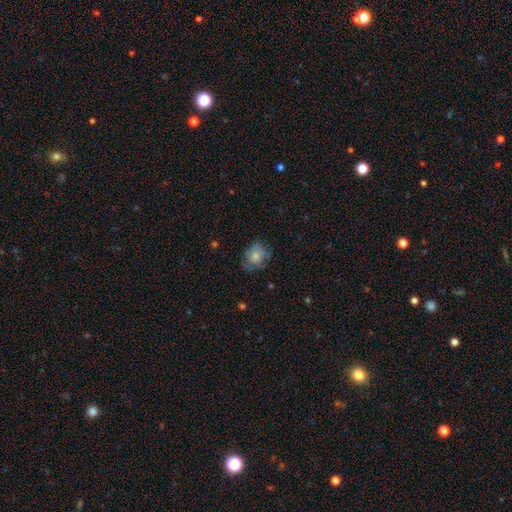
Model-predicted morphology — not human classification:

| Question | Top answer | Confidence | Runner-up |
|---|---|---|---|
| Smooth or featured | smooth | 73% | featured or disk (18%) |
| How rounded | round | 55% | in between (44%) |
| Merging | none | 65% | minor disturbance (24%) |